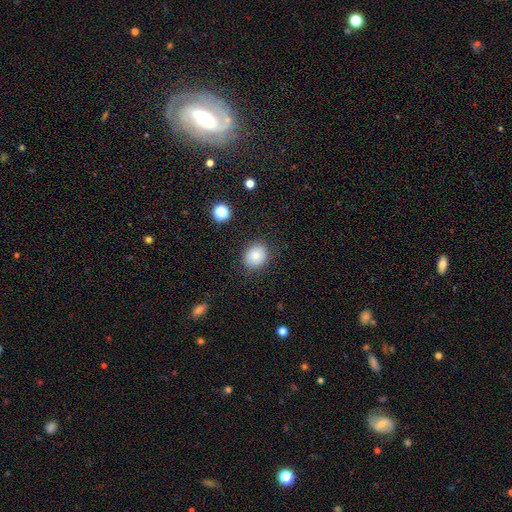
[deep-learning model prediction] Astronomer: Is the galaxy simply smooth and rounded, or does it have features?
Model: smooth — 81%.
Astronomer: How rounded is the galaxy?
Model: round — 62% (runner-up: in between, 37%).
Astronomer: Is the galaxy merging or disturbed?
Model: none — 84%.